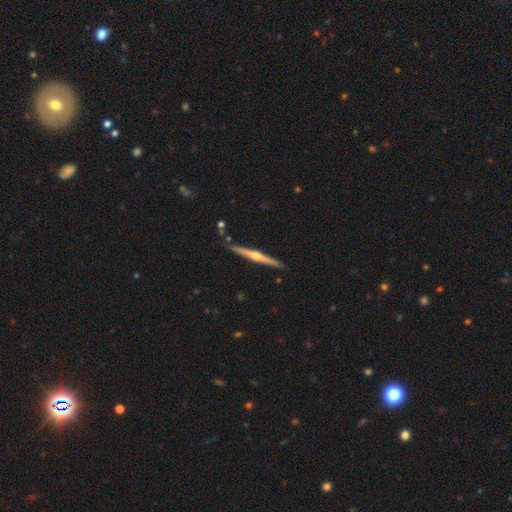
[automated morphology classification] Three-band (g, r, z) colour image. It shows a featured or disk galaxy (78%) viewed edge-on (98%) with a rounded central bulge (92%). Merging: none (89%).